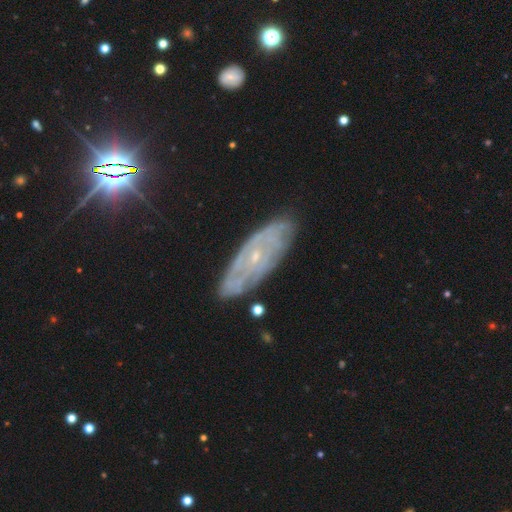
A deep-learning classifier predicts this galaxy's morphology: A featured or disk galaxy (72%) with no bar (78%), spiral arms (79%) and a small central bulge (83%). Merging: none (80%).